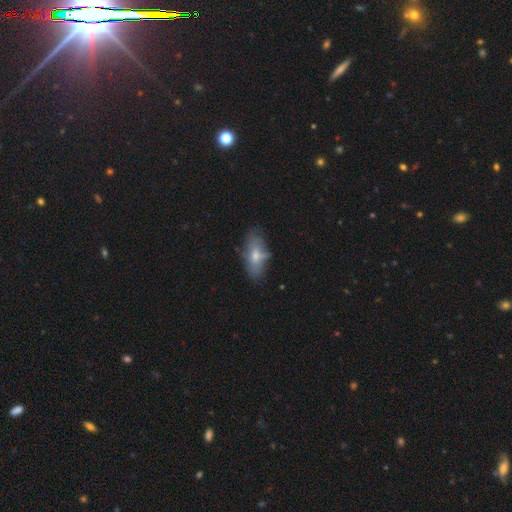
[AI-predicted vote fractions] Smooth or featured?
  - smooth: 59% *
  - featured or disk: 32%
  - star or artifact: 9%
How rounded?
  - in between: 82% *
  - cigar-shaped: 15%
  - round: 3%
Merging?
  - none: 67% *
  - minor disturbance: 24%
  - major disturbance: 7%
  - merger: 3%